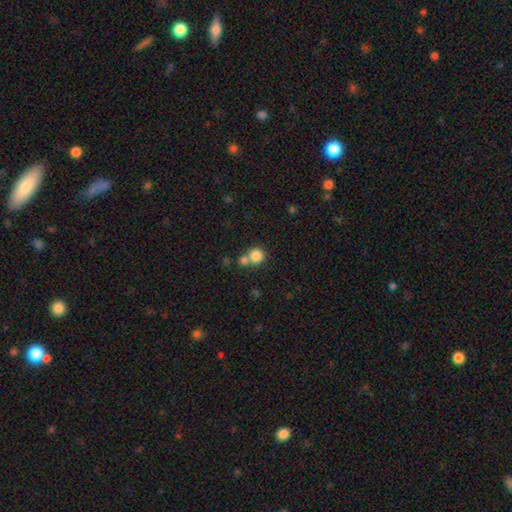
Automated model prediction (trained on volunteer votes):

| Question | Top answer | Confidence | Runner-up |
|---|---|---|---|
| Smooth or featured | smooth | 83% | star or artifact (10%) |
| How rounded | round | 91% | in between (8%) |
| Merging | none | 55% | merger (35%) |